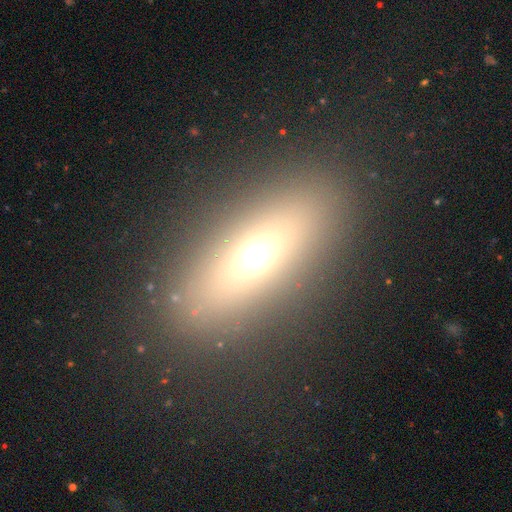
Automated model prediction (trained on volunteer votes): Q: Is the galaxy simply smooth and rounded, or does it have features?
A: smooth — 58%.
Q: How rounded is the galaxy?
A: in between — 67%.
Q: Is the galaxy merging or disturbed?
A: none — 85%.